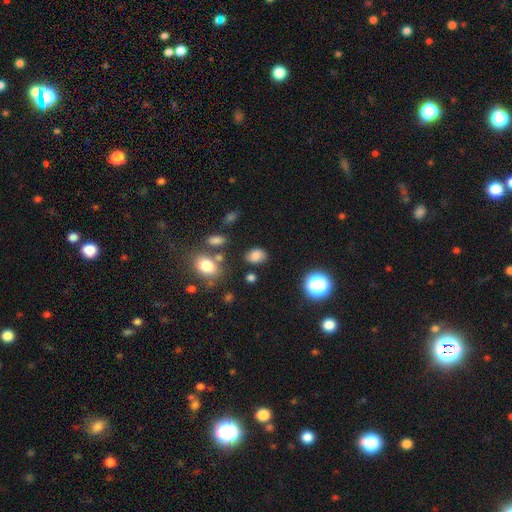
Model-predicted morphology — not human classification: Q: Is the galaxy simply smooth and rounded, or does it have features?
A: smooth — 77%.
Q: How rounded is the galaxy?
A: in between — 71%.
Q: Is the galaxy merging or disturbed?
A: none — 71%.